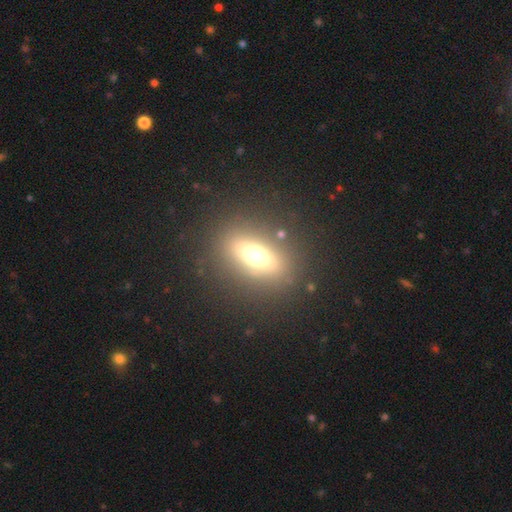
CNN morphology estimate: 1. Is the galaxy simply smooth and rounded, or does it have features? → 50% smooth, 34% featured or disk, 17% star or artifact.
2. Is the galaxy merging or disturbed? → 83% none, 9% minor disturbance, 6% major disturbance, 2% merger.